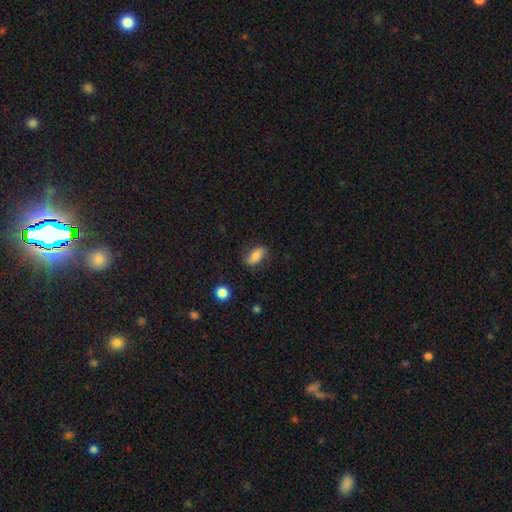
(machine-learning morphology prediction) Smooth or featured? Predicted: smooth (p=0.69). How rounded? Predicted: in between (p=0.87). Merging? Predicted: none (p=0.72).